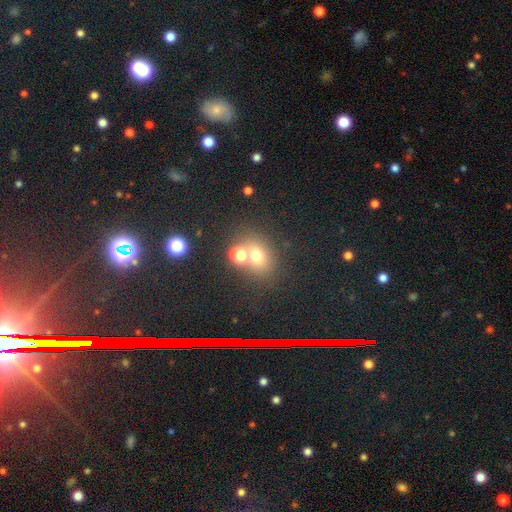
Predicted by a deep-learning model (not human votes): smooth 64%, star or artifact 22%, featured or disk 15%. Down the decision tree: how rounded — round (61%); merging — none (51%).